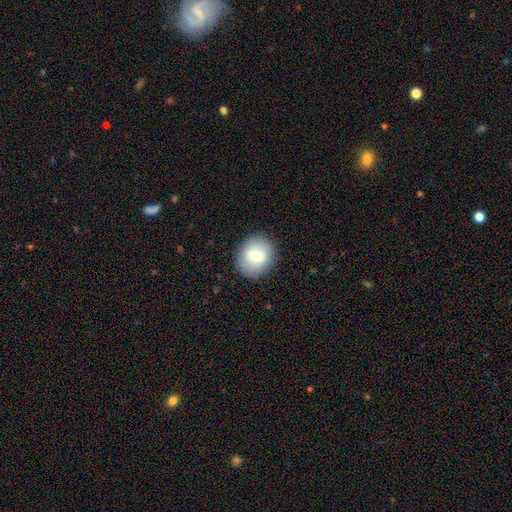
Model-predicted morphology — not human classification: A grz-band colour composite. It shows a smooth galaxy with no disk features (68%) that is round (70%). Merging: none (87%).